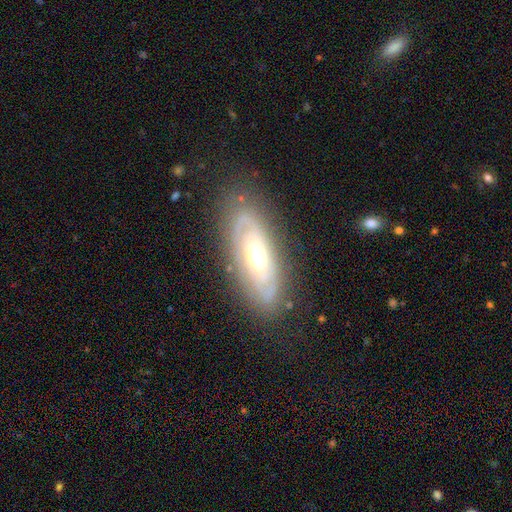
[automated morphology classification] This is likely a featured or disk galaxy (72%). It is clearly not viewed edge-on (83%). Bar: likely no (71%). Spiral arm pattern: likely yes (64%). Central bulge: likely moderate (68%). Merging: clearly none (80%).